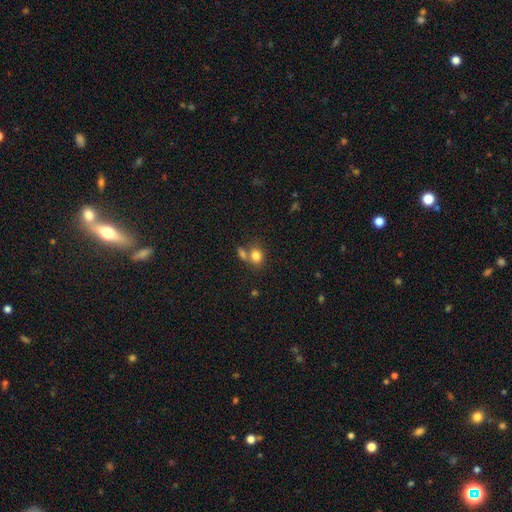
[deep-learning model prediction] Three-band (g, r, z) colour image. It shows a smooth galaxy with no disk features (82%) that is round (62%). Merging: none (48%).